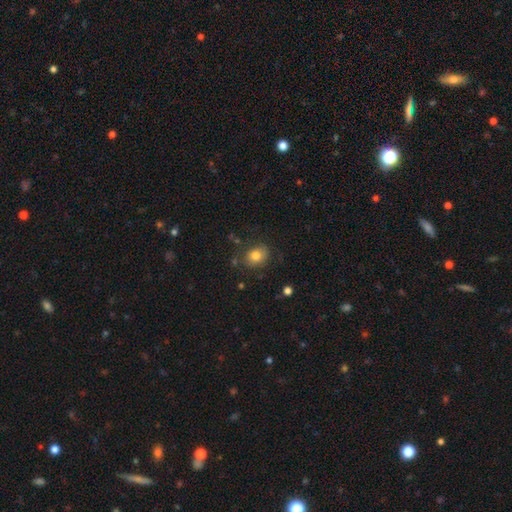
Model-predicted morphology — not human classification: A smooth galaxy with no disk features (79%) that is in between round and cigar-shaped (51%).

Vote fractions:
- Smooth or featured? smooth: 79% / star or artifact: 10% / featured or disk: 10%
- How rounded? in between: 51% / round: 49% / cigar-shaped: 1%
- Merging? none: 79% / minor disturbance: 14% / major disturbance: 4% / merger: 2%